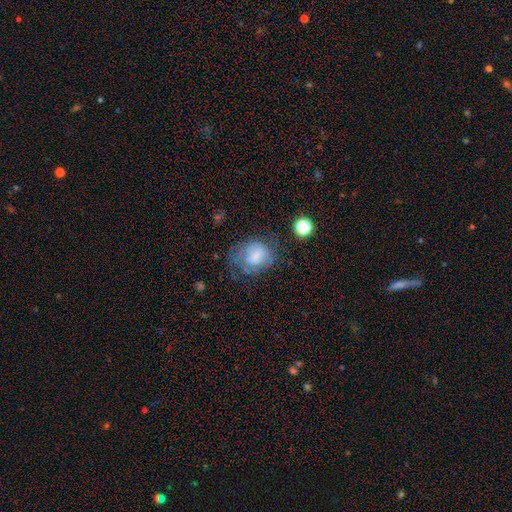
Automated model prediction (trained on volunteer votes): Q: Smooth or featured?
A: smooth (60%); runner-up: featured or disk (29%)
Q: How rounded?
A: in between (51%); runner-up: round (48%)
Q: Merging?
A: none (41%); runner-up: major disturbance (28%)